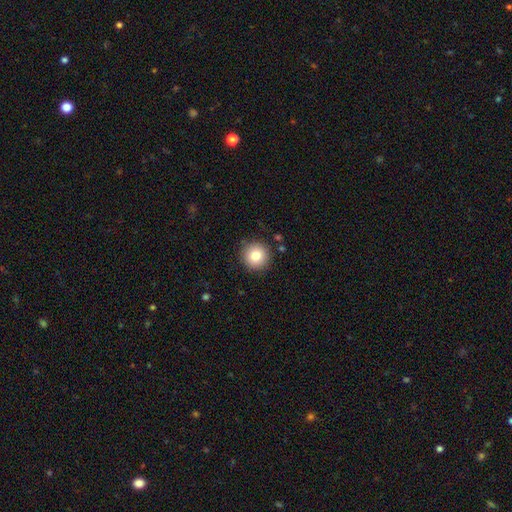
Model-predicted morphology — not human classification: Q: Smooth or featured?
A: smooth (81%); runner-up: star or artifact (10%)
Q: How rounded?
A: round (95%); runner-up: in between (4%)
Q: Merging?
A: none (88%); runner-up: minor disturbance (8%)